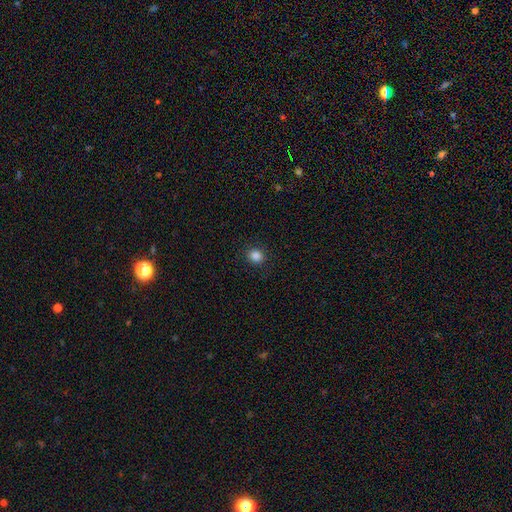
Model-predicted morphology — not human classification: Q: Smooth or featured?
A: smooth (85%); runner-up: star or artifact (11%)
Q: How rounded?
A: round (79%); runner-up: in between (20%)
Q: Merging?
A: none (91%); runner-up: minor disturbance (6%)